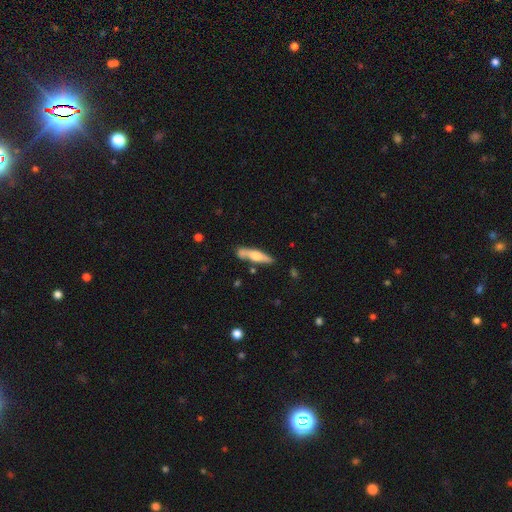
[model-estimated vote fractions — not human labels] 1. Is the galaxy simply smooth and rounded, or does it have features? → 48% smooth, 47% featured or disk, 5% star or artifact.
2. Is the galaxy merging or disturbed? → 71% none, 17% minor disturbance, 8% merger, 4% major disturbance.